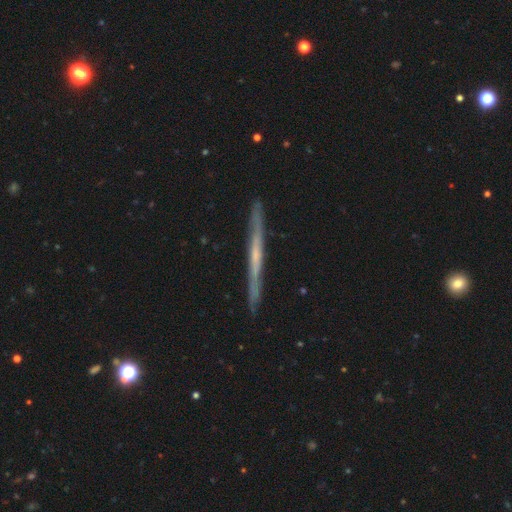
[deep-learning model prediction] Overall: featured or disk (68%). Edge-on disk: yes (97%). Edge-on bulge: none (72%). Merging: none (90%).